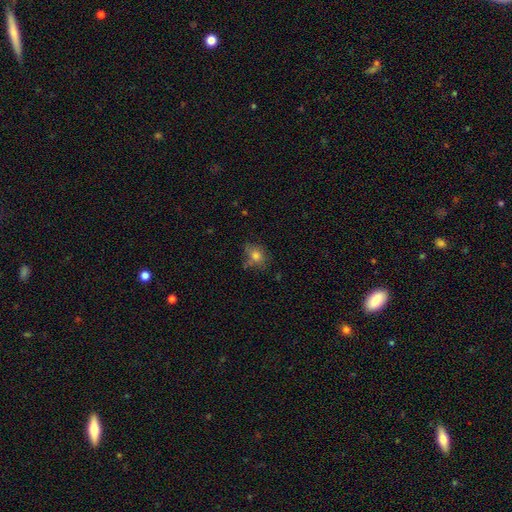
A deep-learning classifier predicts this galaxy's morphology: type=smooth (77%); roundness=round (60%); merging=none (62%).